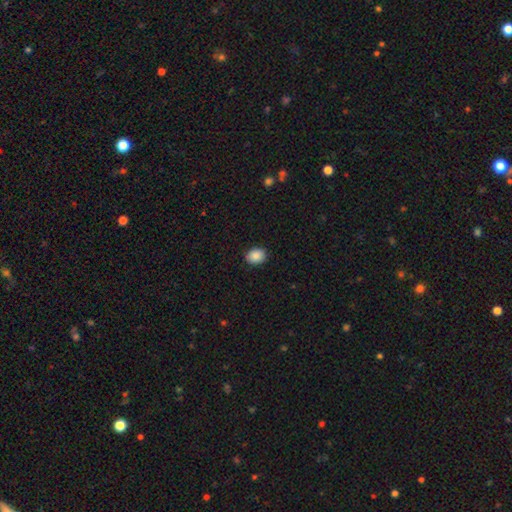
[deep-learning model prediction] smooth-or-featured: smooth: 89% | star or artifact: 8% | featured or disk: 3%
  how-rounded: in between: 55% | round: 44% | cigar-shaped: 1%
  merging: none: 90% | minor disturbance: 8% | major disturbance: 2% | merger: 1%